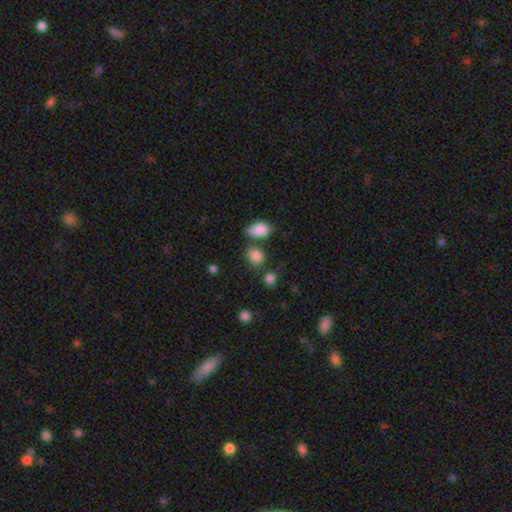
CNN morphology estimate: The model was most divided on "how rounded": round: 52%, in between: 46%, cigar-shaped: 1%. More confident: smooth or featured — smooth (84%); merging — none (63%).